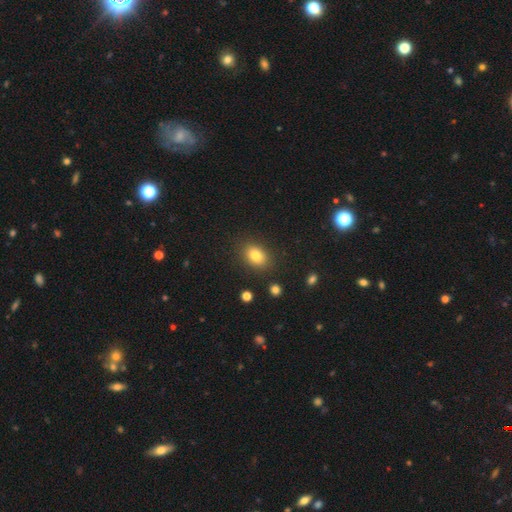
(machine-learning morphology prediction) A smooth galaxy with no disk features (81%) that is in between round and cigar-shaped (75%).

Vote fractions:
- Smooth or featured? smooth: 81% / star or artifact: 10% / featured or disk: 9%
- How rounded? in between: 75% / round: 23% / cigar-shaped: 1%
- Merging? none: 85% / minor disturbance: 10% / major disturbance: 3% / merger: 2%